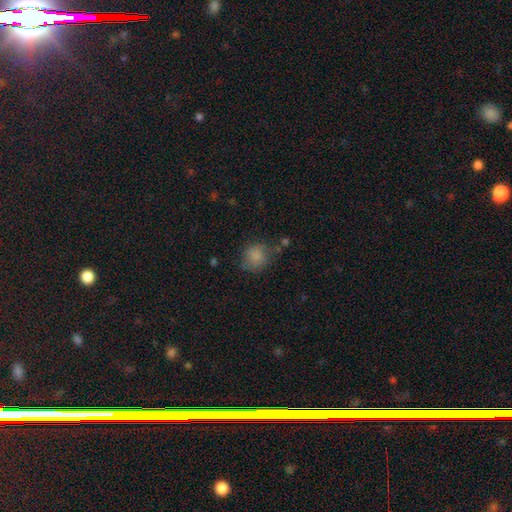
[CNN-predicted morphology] Smooth or featured: smooth — 83% (star or artifact — 10%)
How rounded: round — 78% (in between — 21%)
Merging: none — 66% (minor disturbance — 22%)